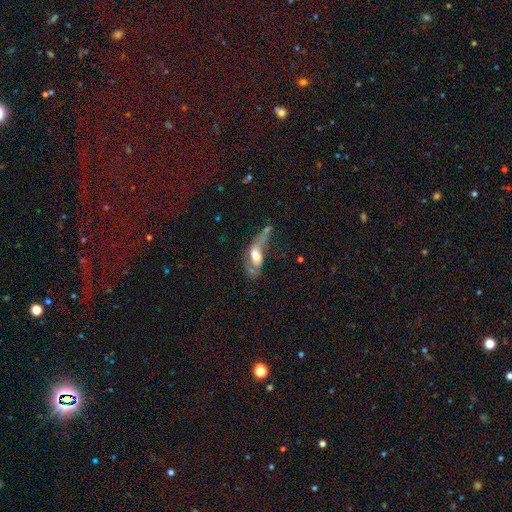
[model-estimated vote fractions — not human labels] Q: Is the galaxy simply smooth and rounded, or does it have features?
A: featured or disk — 54%.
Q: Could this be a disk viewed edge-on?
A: no — 81%.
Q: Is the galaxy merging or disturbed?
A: major disturbance — 50%.